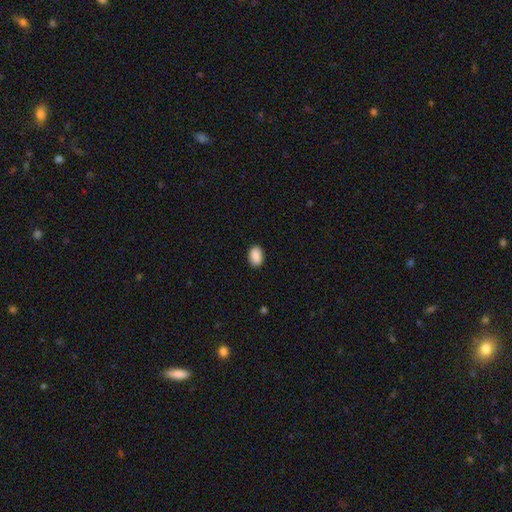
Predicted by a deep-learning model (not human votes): Smooth or featured? smooth (90%)
How rounded? in between (89%)
Merging? none (88%)